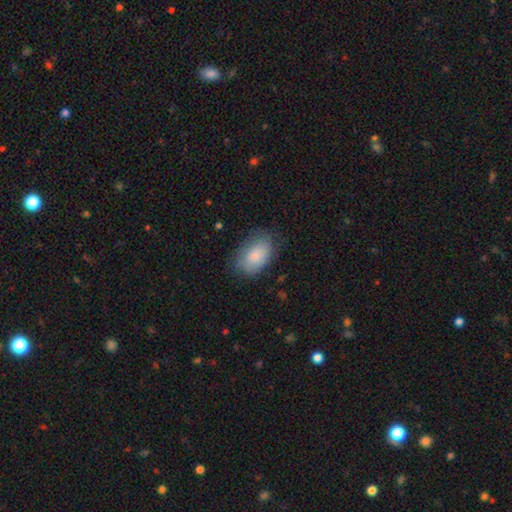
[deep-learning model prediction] A smooth galaxy with no disk features (81%) that is in between round and cigar-shaped (89%). Merging: none (69%).